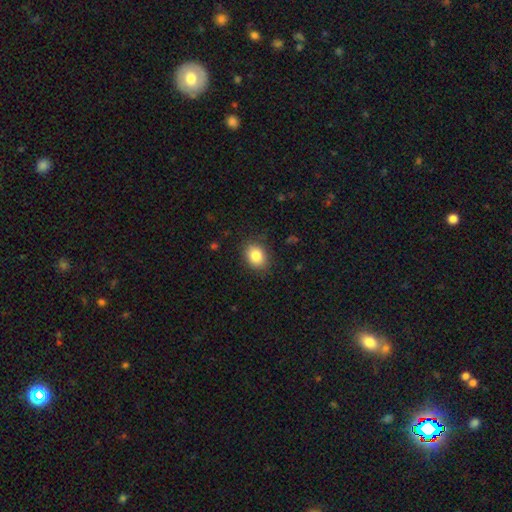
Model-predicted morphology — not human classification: Smooth or featured? Predicted: smooth (p=0.84). How rounded? Predicted: in between (p=0.62). Merging? Predicted: none (p=0.86).